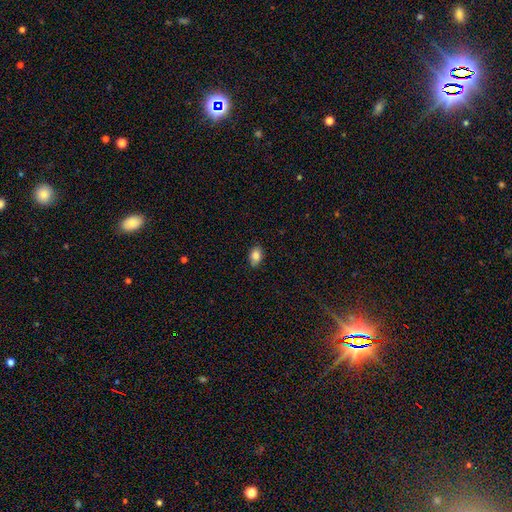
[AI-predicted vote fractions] smooth-or-featured: smooth: 86% | star or artifact: 8% | featured or disk: 6%
  how-rounded: in between: 85% | round: 14% | cigar-shaped: 2%
  merging: none: 84% | minor disturbance: 13% | major disturbance: 2% | merger: 1%